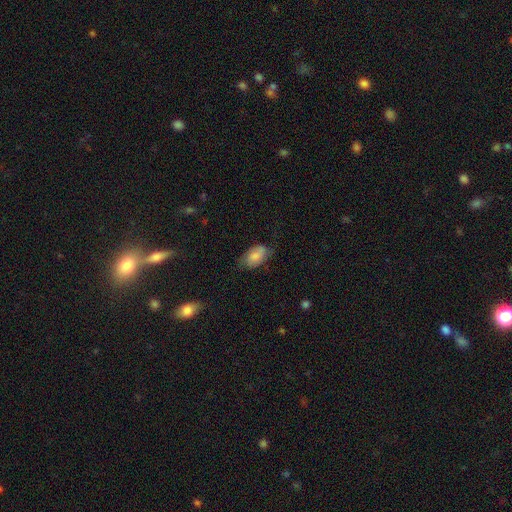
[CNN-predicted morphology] type=smooth (75%); roundness=in between (93%); merging=none (60%).